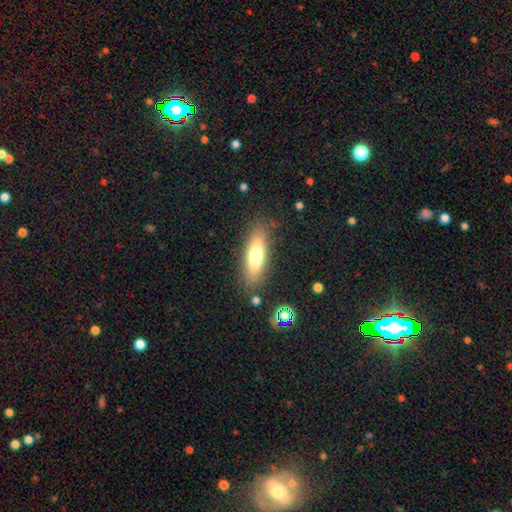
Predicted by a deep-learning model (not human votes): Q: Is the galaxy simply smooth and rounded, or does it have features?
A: smooth — 63%.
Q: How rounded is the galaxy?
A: cigar-shaped — 51%.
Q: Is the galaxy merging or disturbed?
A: none — 83%.